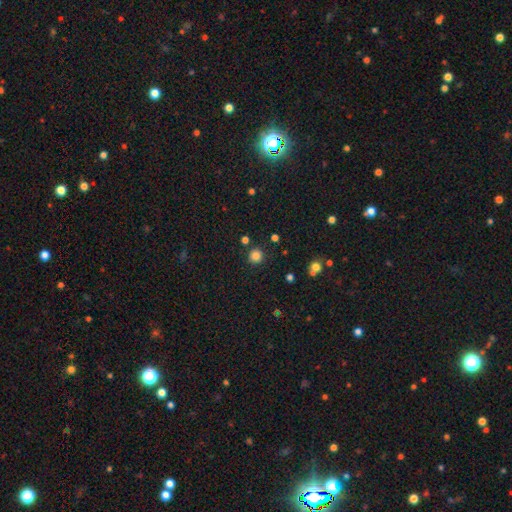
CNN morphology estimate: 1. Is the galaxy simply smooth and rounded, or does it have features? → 82% smooth, 14% star or artifact, 4% featured or disk.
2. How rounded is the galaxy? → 94% round, 5% in between, 1% cigar-shaped.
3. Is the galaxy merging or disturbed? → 87% none, 7% minor disturbance, 4% merger, 2% major disturbance.